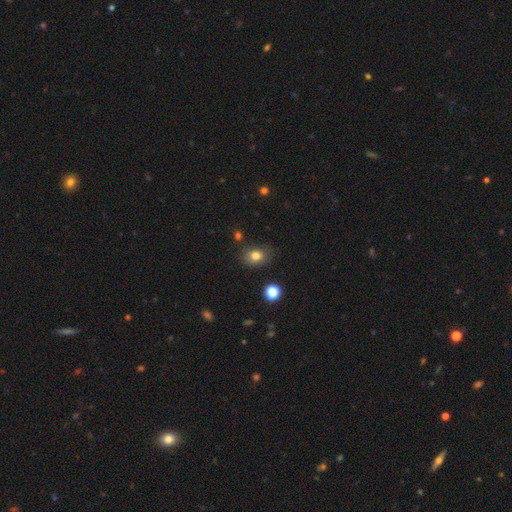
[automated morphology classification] Smooth or featured: smooth — 81% (star or artifact — 12%)
How rounded: in between — 60% (round — 39%)
Merging: none — 76% (minor disturbance — 17%)